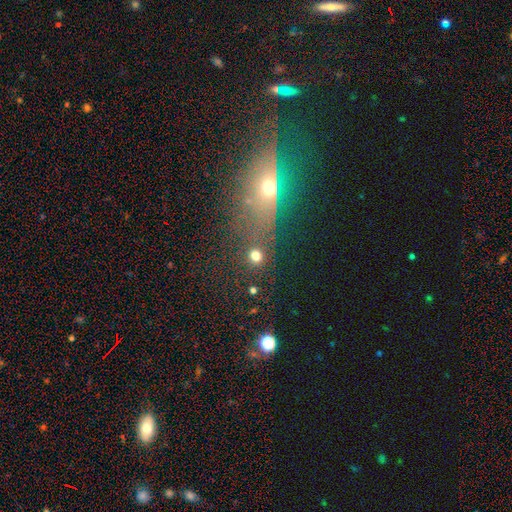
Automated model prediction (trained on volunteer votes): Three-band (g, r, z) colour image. It shows a smooth galaxy with no disk features (75%) that is round (88%). Merging: none (81%).